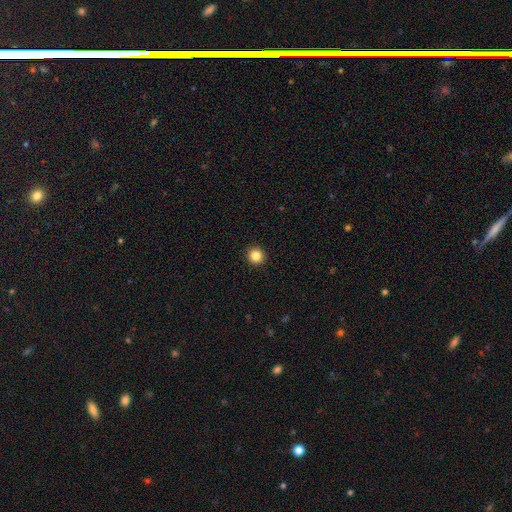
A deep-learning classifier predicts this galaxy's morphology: A smooth galaxy with no disk features (85%) that is round (96%).

Vote fractions:
- Smooth or featured? smooth: 85% / star or artifact: 11% / featured or disk: 4%
- How rounded? round: 96% / in between: 3% / cigar-shaped: 1%
- Merging? none: 94% / minor disturbance: 4% / major disturbance: 1% / merger: 1%